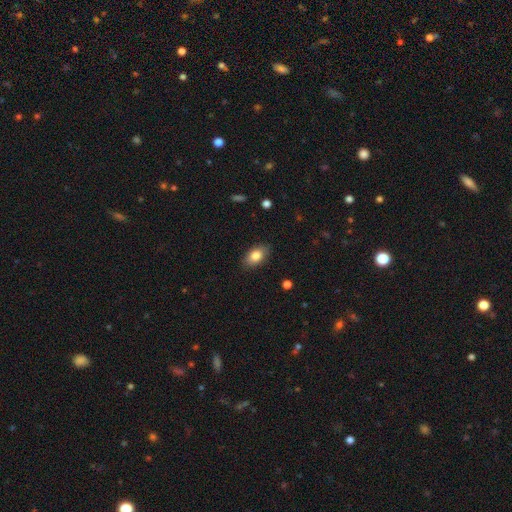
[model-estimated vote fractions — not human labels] A smooth galaxy with no disk features (82%) that is in between round and cigar-shaped (89%).

Vote fractions:
- Smooth or featured? smooth: 82% / featured or disk: 10% / star or artifact: 7%
- How rounded? in between: 89% / round: 9% / cigar-shaped: 2%
- Merging? none: 85% / minor disturbance: 12% / major disturbance: 3% / merger: 1%